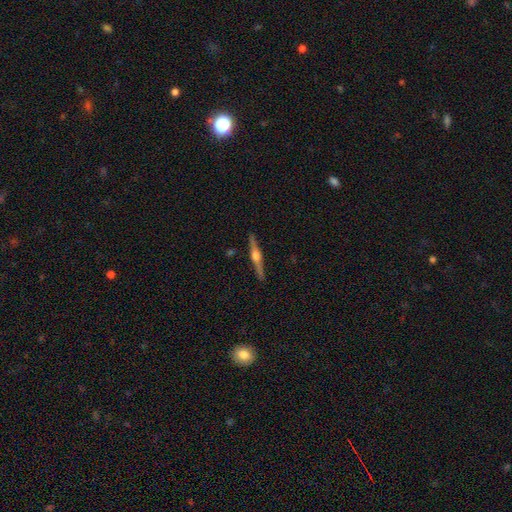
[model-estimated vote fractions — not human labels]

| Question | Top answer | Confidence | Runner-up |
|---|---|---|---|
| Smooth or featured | featured or disk | 81% | smooth (14%) |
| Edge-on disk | yes | 98% | no (2%) |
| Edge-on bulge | rounded | 91% | boxy (6%) |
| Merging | none | 91% | minor disturbance (6%) |